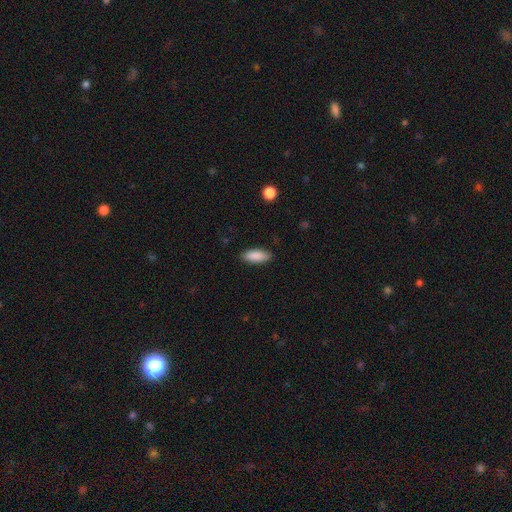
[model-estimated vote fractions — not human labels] Morphology: type=smooth (89%); roundness=in between (78%); merging=none (87%).